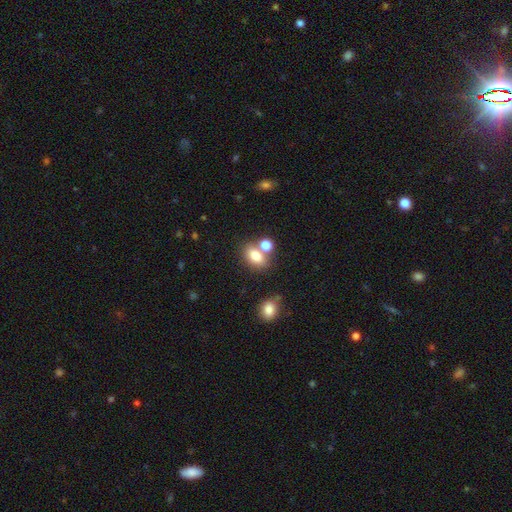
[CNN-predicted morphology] Smooth or featured? smooth (79%)
How rounded? in between (77%)
Merging? none (56%)